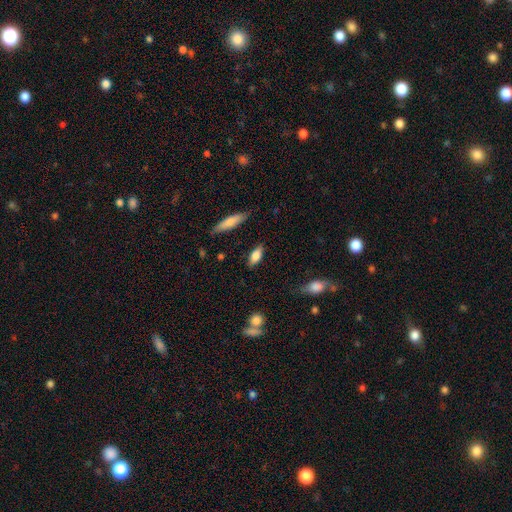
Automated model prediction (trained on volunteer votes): Q: Smooth or featured?
A: smooth (77%); runner-up: featured or disk (16%)
Q: How rounded?
A: in between (76%); runner-up: cigar-shaped (21%)
Q: Merging?
A: none (83%); runner-up: minor disturbance (12%)